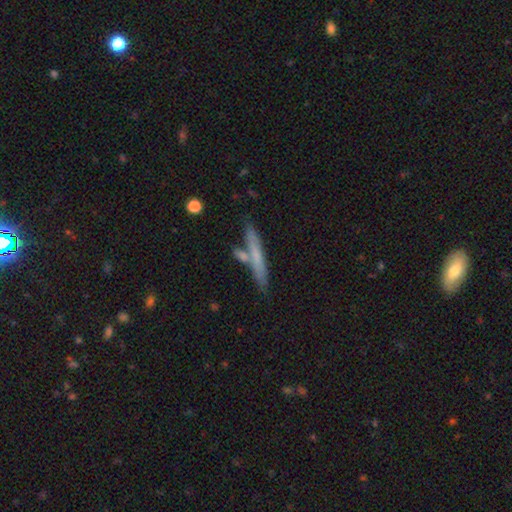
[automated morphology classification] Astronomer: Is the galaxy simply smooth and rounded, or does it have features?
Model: smooth — 60%.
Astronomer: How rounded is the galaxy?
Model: cigar-shaped — 93%.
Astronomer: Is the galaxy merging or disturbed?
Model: none — 73%.